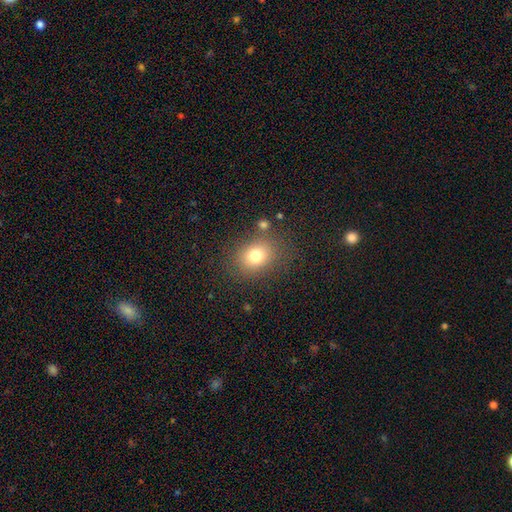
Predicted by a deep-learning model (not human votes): The model was most divided on "how rounded": round: 52%, in between: 47%, cigar-shaped: 1%. More confident: merging — none (78%); smooth or featured — smooth (76%).